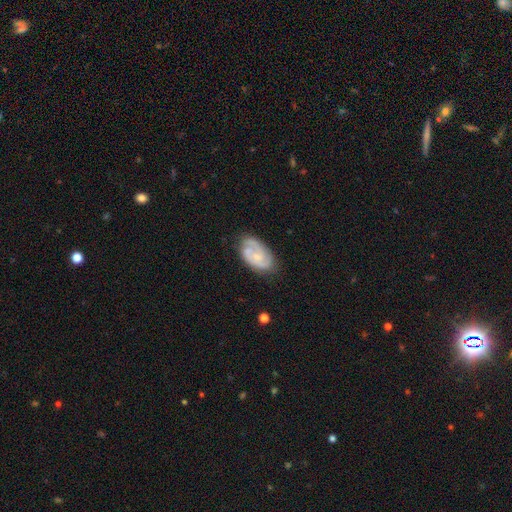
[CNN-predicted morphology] This appears to be a featured or disk galaxy (72%) with no bar (64%), 2 (55%) tight (47%) spiral arms (92%) and a small central bulge (56%). Merging: none (72%).